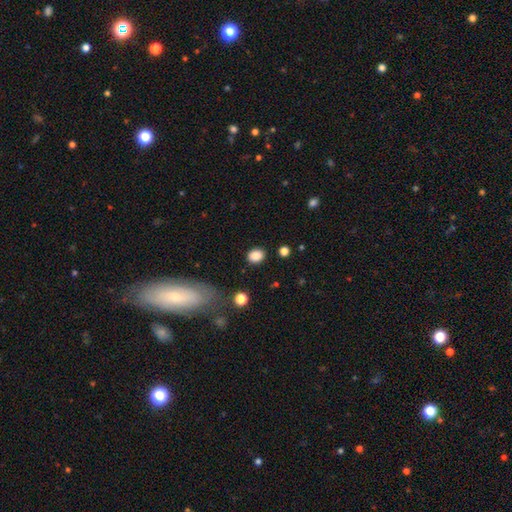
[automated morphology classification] smooth_or_featured: smooth (p=0.87) [alt: star or artifact p=0.09]
how_rounded: in between (p=0.54) [alt: round p=0.45]
merging: none (p=0.85) [alt: minor disturbance p=0.10]